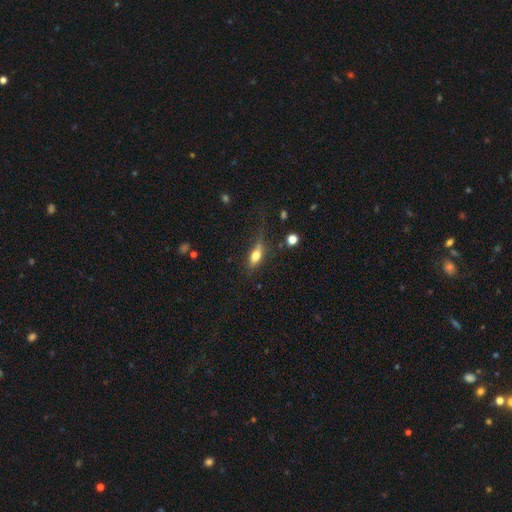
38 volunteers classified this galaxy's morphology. A smooth galaxy with no disk features (58%) that is in between round and cigar-shaped (59%).

Vote fractions:
- Smooth or featured? smooth: 58% / featured or disk: 34% / star or artifact: 8%
- How rounded? in between: 59% / cigar-shaped: 36% / round: 5%
- Merging? none: 40% / major disturbance: 34% / minor disturbance: 26% / merger: 0%